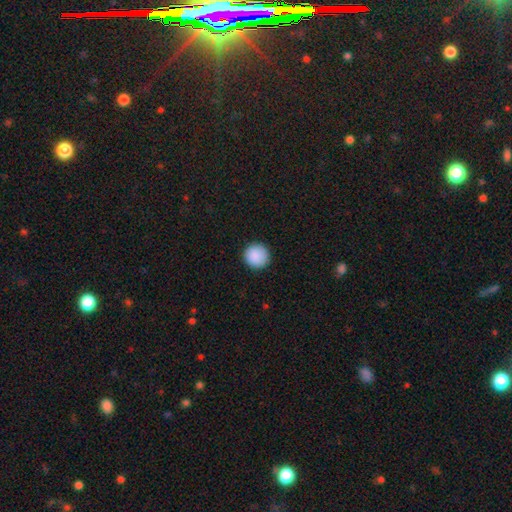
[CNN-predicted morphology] type=smooth (90%); roundness=round (95%); merging=none (92%).